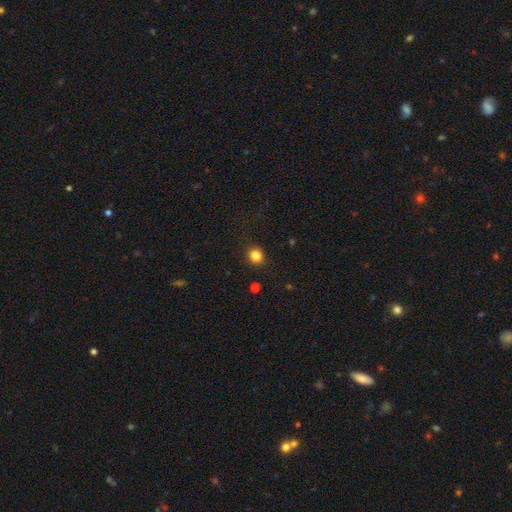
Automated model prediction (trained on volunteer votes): This appears to be a smooth galaxy with no disk features (84%) that is round (82%). Merging: none (90%).